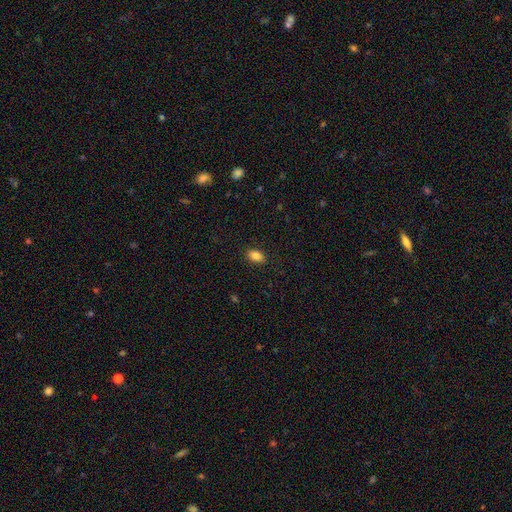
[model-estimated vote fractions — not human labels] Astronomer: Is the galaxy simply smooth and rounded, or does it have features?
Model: smooth — 85%.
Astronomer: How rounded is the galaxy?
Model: in between — 87%.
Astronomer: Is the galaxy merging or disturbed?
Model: none — 89%.